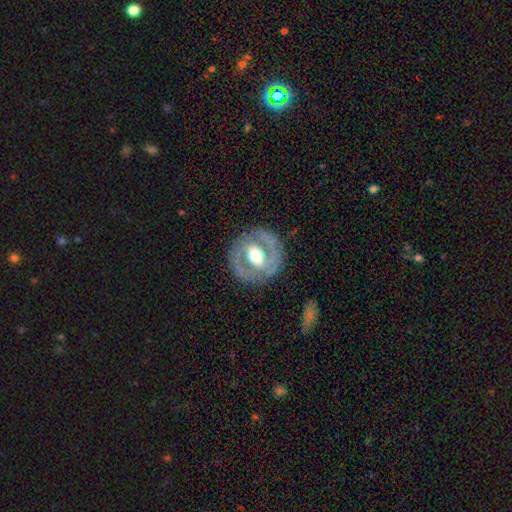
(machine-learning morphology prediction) smooth-or-featured: featured or disk: 78% | smooth: 17% | star or artifact: 5%
  disk-edge-on: no: 96% | yes: 4%
    bar: weak: 39% | strong: 36% | no: 24%
    has-spiral-arms: yes: 71% | no: 29%
      spiral-winding: medium: 44% | tight: 40% | loose: 16%
      spiral-arm-count: 2: 84% | can't tell: 8% | 1: 3% | 3: 2% | 4: 1% | more than 4: 1%
    bulge-size: moderate: 66% | large: 23% | small: 9% | dominant: 2% | none: 1%
  merging: none: 83% | minor disturbance: 11% | major disturbance: 5% | merger: 1%